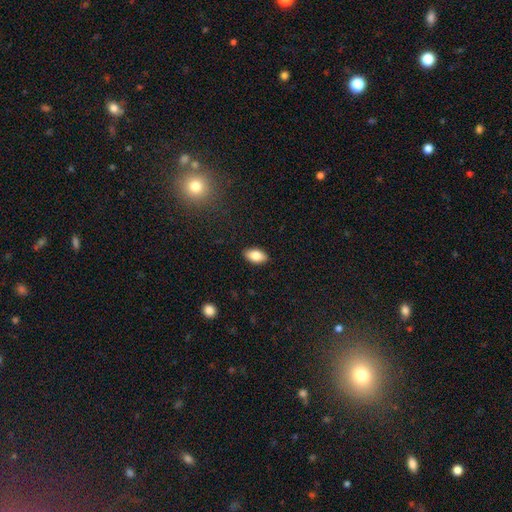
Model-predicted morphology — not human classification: A smooth galaxy with no disk features (82%) that is in between round and cigar-shaped (93%). Merging: none (89%).